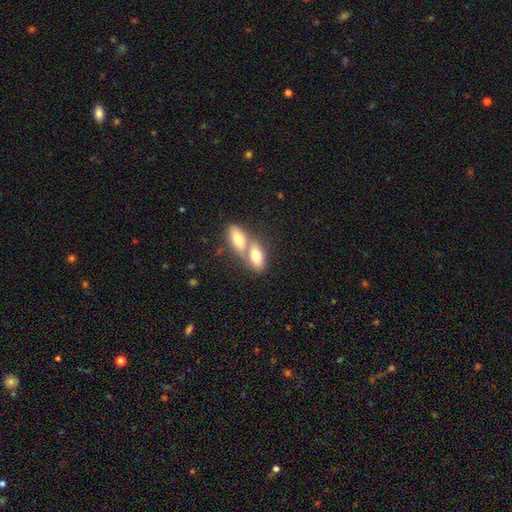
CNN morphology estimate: Q: Smooth or featured?
A: smooth (74%); runner-up: featured or disk (20%)
Q: How rounded?
A: in between (86%); runner-up: cigar-shaped (9%)
Q: Merging?
A: merger (63%); runner-up: none (28%)